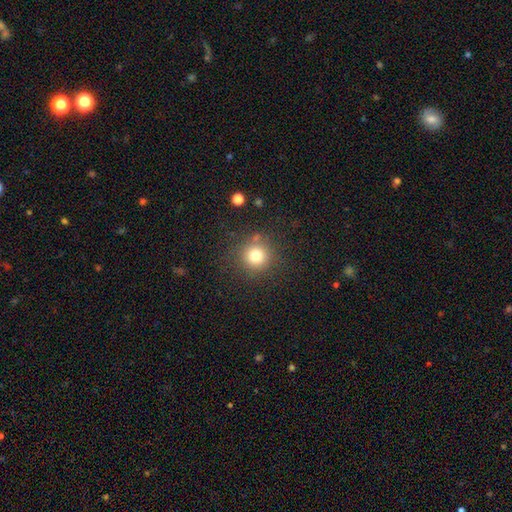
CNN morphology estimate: A smooth galaxy with no disk features (78%) that is round (94%).

Vote fractions:
- Smooth or featured? smooth: 78% / star or artifact: 14% / featured or disk: 8%
- How rounded? round: 94% / in between: 5% / cigar-shaped: 1%
- Merging? none: 84% / minor disturbance: 9% / major disturbance: 4% / merger: 3%